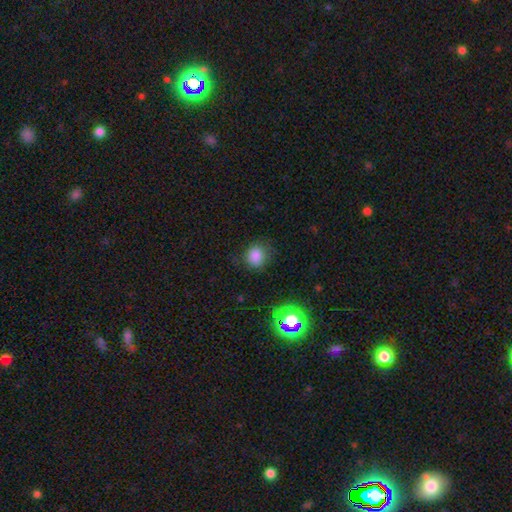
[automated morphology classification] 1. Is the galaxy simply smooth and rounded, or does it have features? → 82% smooth, 13% star or artifact, 5% featured or disk.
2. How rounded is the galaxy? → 76% round, 23% in between, 1% cigar-shaped.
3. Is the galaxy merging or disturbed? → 77% none, 16% minor disturbance, 5% major disturbance, 1% merger.